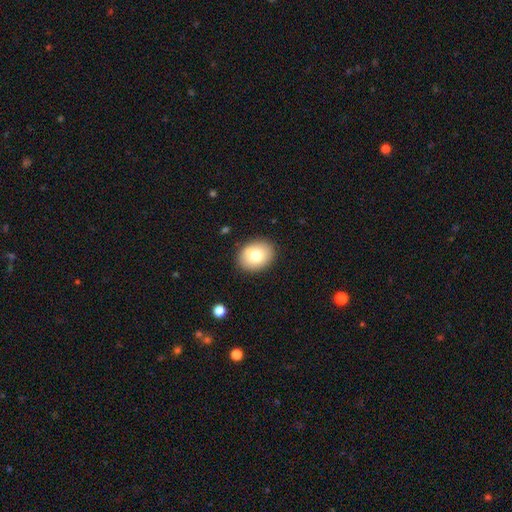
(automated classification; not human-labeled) Morphology: type=smooth (78%); roundness=in between (56%); merging=none (86%).